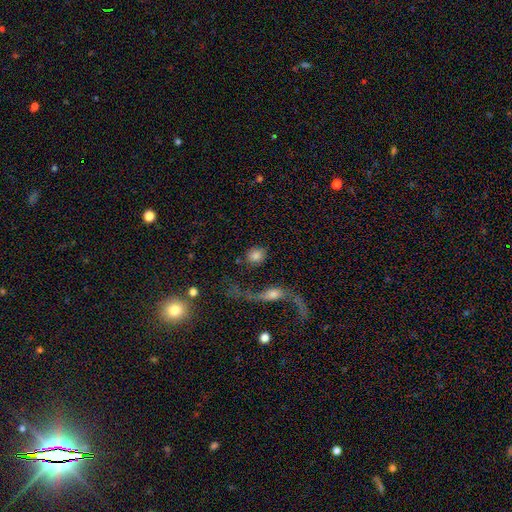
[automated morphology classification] smooth-or-featured: smooth: 81% | featured or disk: 11% | star or artifact: 8%
  how-rounded: round: 69% | in between: 28% | cigar-shaped: 3%
  merging: none: 65% | merger: 15% | minor disturbance: 11% | major disturbance: 9%